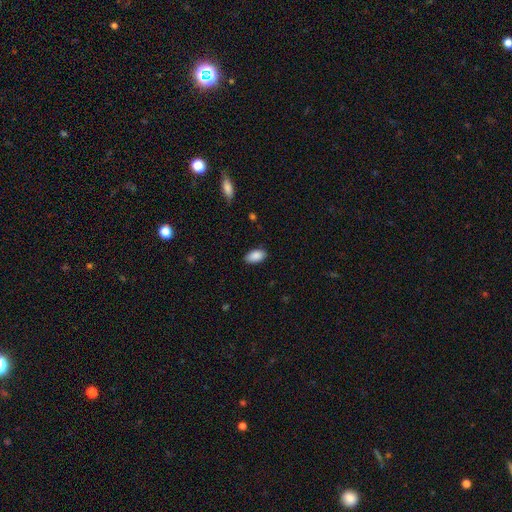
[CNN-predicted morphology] This appears to be a smooth galaxy with no disk features (89%) that is in between round and cigar-shaped (94%). Merging: none (86%).